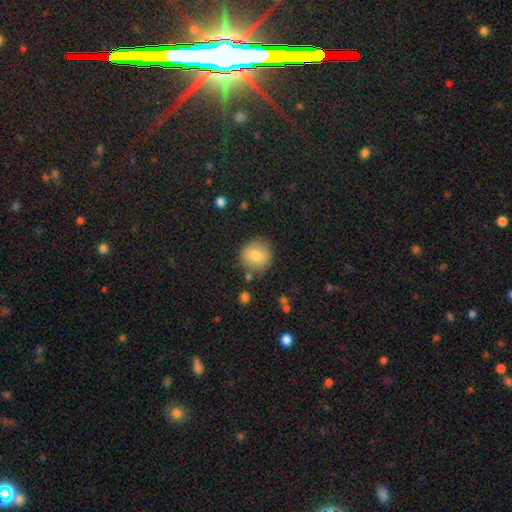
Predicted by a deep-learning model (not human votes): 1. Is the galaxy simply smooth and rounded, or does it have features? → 79% smooth, 12% featured or disk, 8% star or artifact.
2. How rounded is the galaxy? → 92% round, 7% in between, 1% cigar-shaped.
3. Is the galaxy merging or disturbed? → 82% none, 11% minor disturbance, 4% merger, 3% major disturbance.